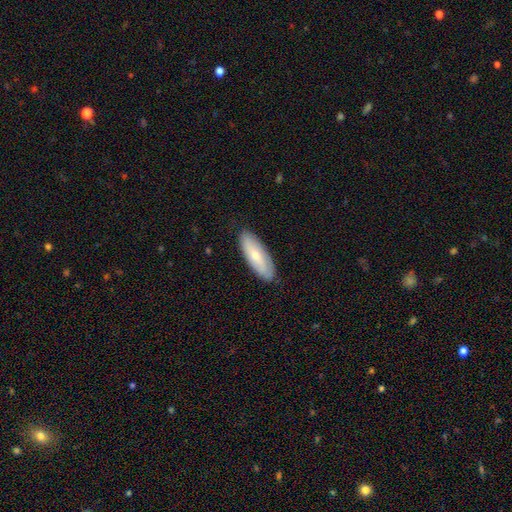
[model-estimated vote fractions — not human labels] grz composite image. It shows a smooth galaxy with no disk features (62%) that is in between round and cigar-shaped (65%). Merging: none (86%).